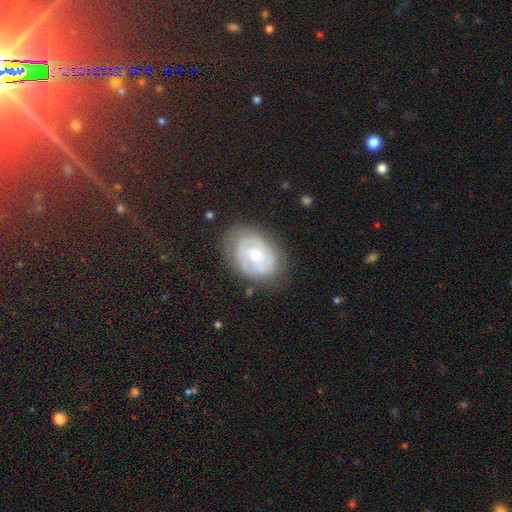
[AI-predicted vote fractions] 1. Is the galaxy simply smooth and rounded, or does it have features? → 61% featured or disk, 32% smooth, 7% star or artifact.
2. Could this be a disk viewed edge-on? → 96% no, 4% yes.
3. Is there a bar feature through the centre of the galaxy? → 67% no, 28% weak, 5% strong.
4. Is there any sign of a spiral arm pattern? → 72% yes, 28% no.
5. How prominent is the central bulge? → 58% small, 36% moderate, 3% large, 2% none, 1% dominant.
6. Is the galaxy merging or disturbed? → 70% none, 20% minor disturbance, 8% major disturbance, 2% merger.